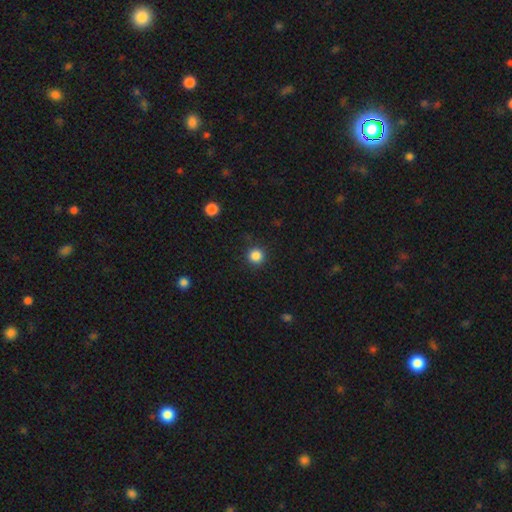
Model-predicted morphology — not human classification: Smooth or featured? Predicted: smooth (p=0.85). How rounded? Predicted: round (p=0.95). Merging? Predicted: none (p=0.91).